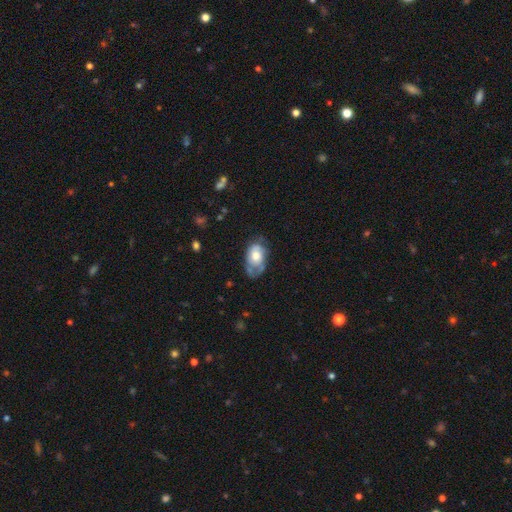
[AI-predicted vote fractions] Morphology: type=smooth (51%); roundness=in between (87%); merging=none (41%).